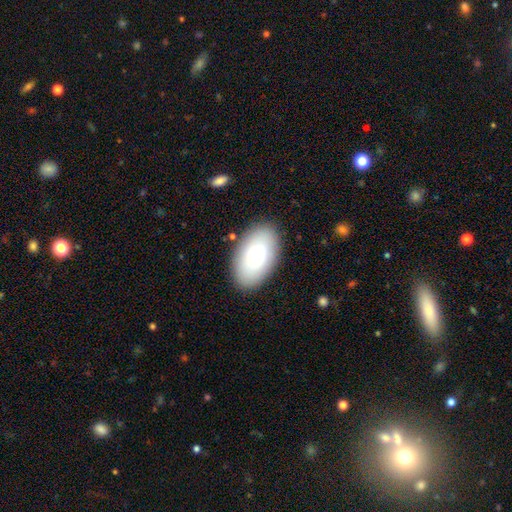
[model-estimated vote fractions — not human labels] smooth-or-featured: smooth: 78% | featured or disk: 16% | star or artifact: 6%
  how-rounded: in between: 95% | round: 4% | cigar-shaped: 1%
  merging: none: 86% | minor disturbance: 10% | major disturbance: 3% | merger: 1%